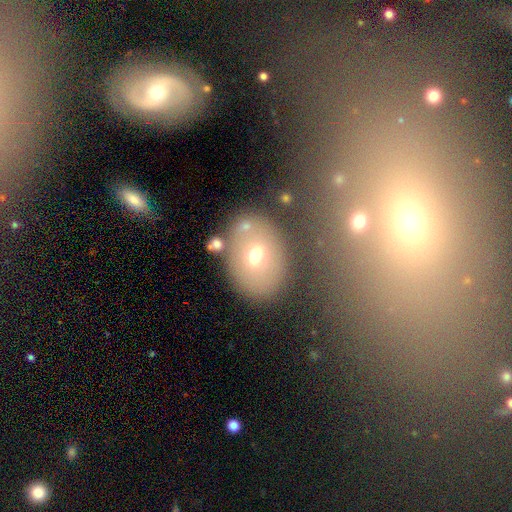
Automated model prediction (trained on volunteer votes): Morphology: type=smooth (63%); roundness=in between (61%); merging=none (65%).